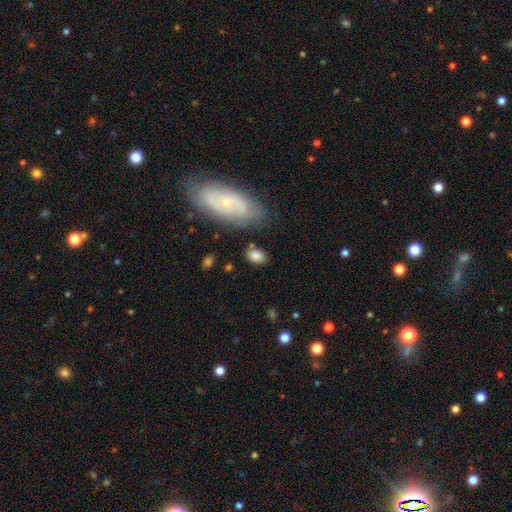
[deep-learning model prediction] Smooth or featured: smooth — 81% (featured or disk — 12%)
How rounded: in between — 82% (round — 16%)
Merging: none — 74% (minor disturbance — 15%)